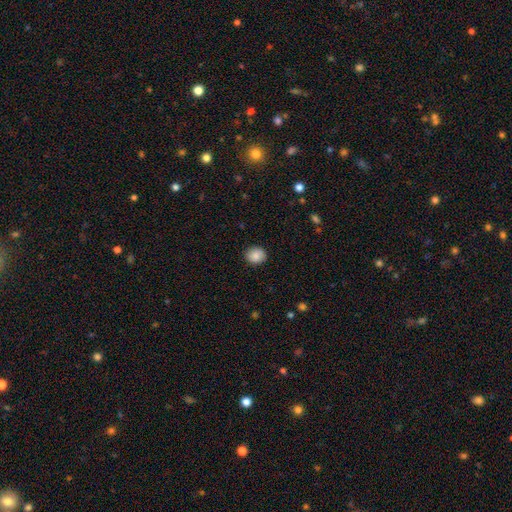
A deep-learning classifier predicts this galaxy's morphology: A smooth galaxy with no disk features (87%) that is round (77%).

Vote fractions:
- Smooth or featured? smooth: 87% / star or artifact: 8% / featured or disk: 5%
- How rounded? round: 77% / in between: 22% / cigar-shaped: 1%
- Merging? none: 89% / minor disturbance: 8% / major disturbance: 2% / merger: 1%